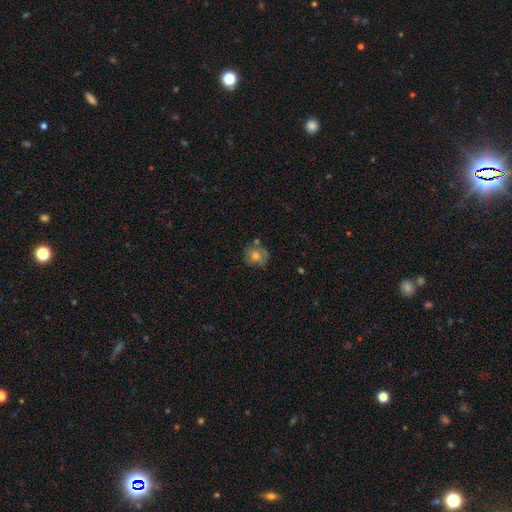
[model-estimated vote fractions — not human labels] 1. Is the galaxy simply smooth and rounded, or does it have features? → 65% smooth, 26% featured or disk, 9% star or artifact.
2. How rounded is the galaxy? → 80% round, 19% in between, 1% cigar-shaped.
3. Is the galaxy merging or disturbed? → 66% none, 20% minor disturbance, 9% merger, 6% major disturbance.